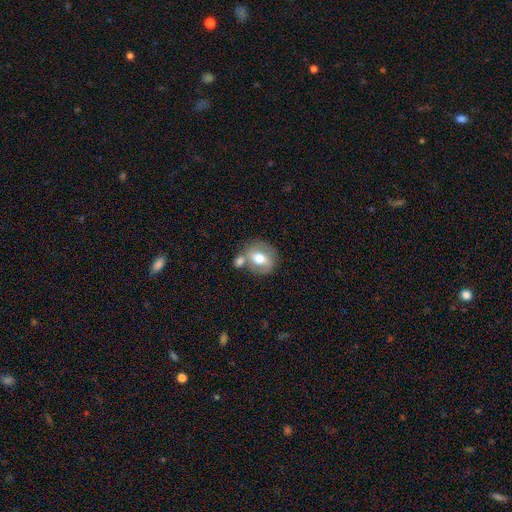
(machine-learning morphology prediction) Smooth or featured?
  - smooth: 46% *
  - featured or disk: 44%
  - star or artifact: 10%
Merging?
  - none: 63% *
  - merger: 18%
  - minor disturbance: 14%
  - major disturbance: 5%